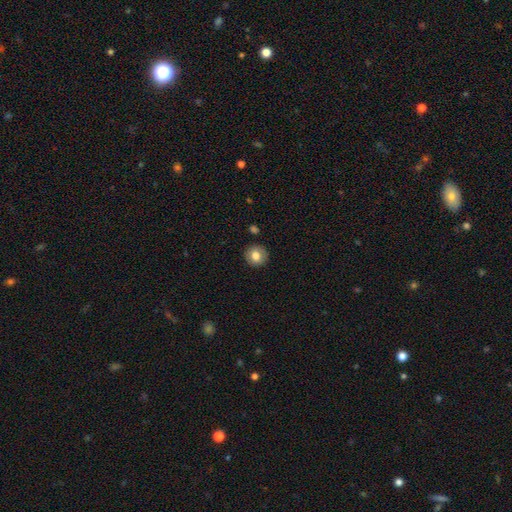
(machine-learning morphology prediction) Smooth or featured? Predicted: smooth (p=0.79). How rounded? Predicted: round (p=0.90). Merging? Predicted: none (p=0.89).